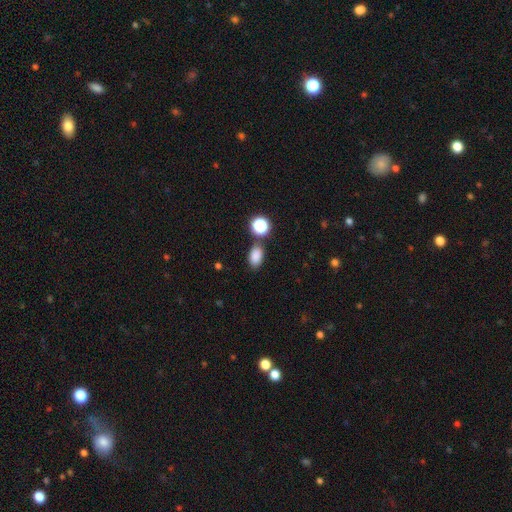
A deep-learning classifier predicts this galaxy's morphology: The model was most divided on "merging": none: 75%, minor disturbance: 12%, merger: 9%, major disturbance: 3%. More confident: how rounded — in between (84%); smooth or featured — smooth (83%).